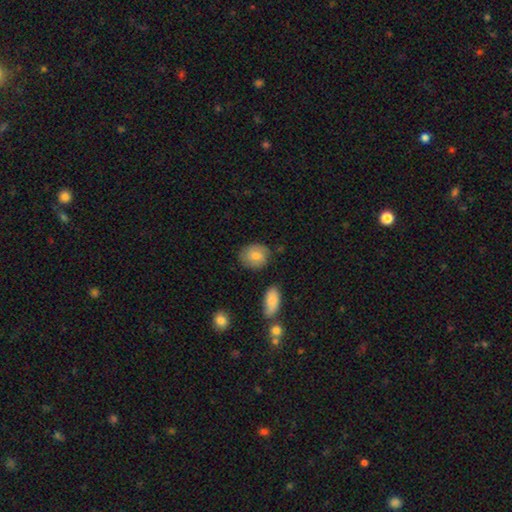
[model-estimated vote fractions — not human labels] smooth 74%, featured or disk 18%, star or artifact 8%. Down the decision tree: how rounded — round (60%); merging — none (76%).